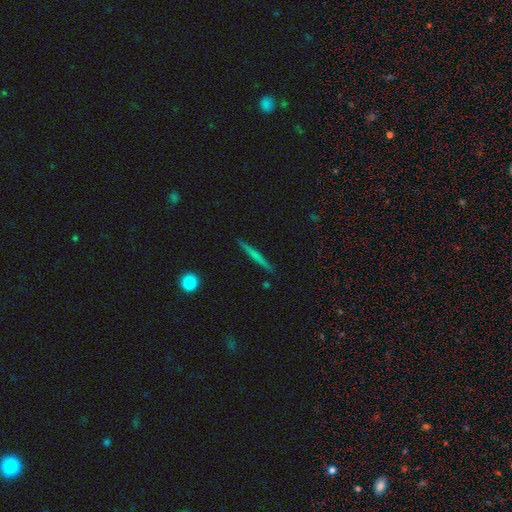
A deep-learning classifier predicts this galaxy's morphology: Smooth or featured? smooth (49%)
Merging? none (91%)